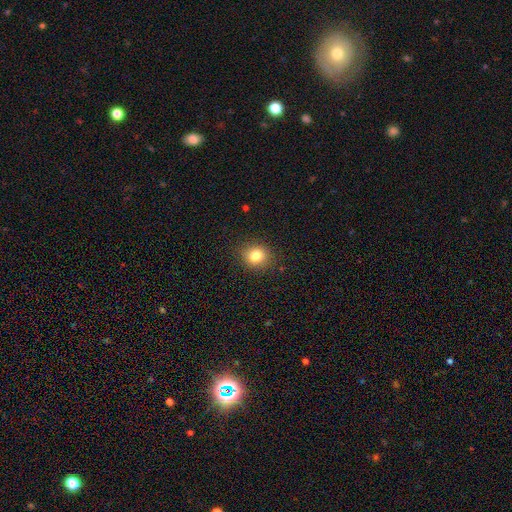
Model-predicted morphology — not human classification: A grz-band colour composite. It shows a smooth galaxy with no disk features (81%) that is round (81%). Merging: none (89%).